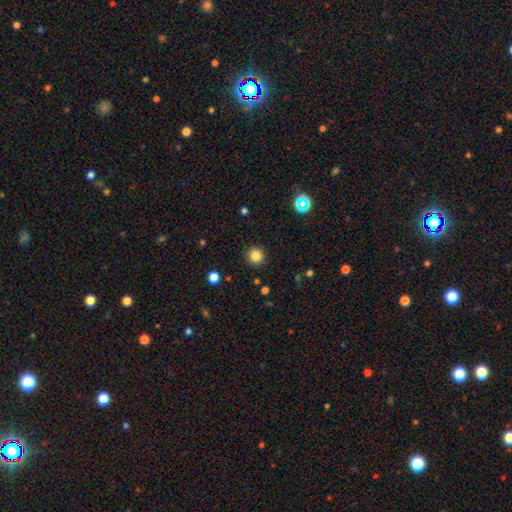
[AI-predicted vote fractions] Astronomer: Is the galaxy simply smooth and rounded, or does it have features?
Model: smooth — 83%.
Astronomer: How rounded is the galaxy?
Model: round — 93%.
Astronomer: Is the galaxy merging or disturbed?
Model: none — 91%.